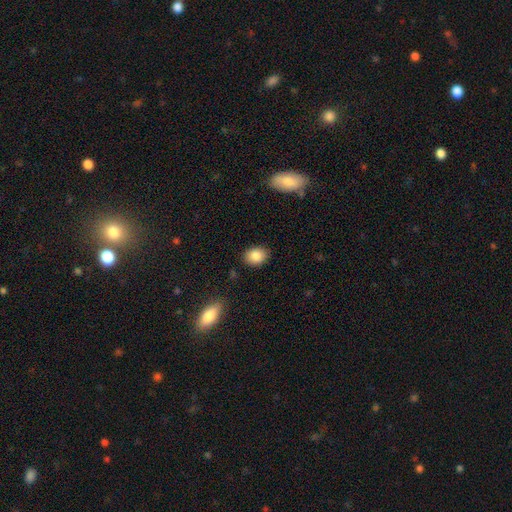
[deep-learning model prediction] The model was most divided on "how rounded": in between: 61%, round: 38%, cigar-shaped: 1%. More confident: smooth or featured — smooth (87%); merging — none (86%).